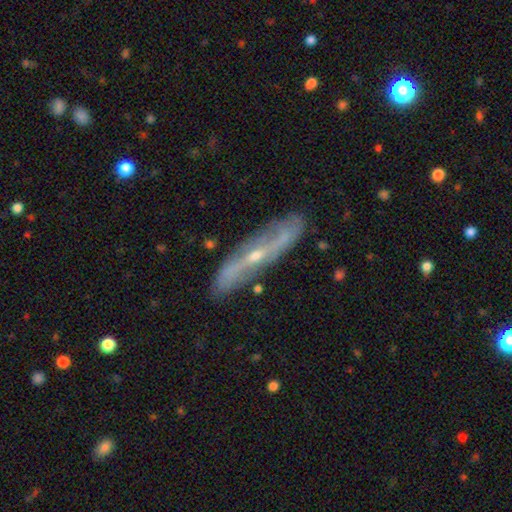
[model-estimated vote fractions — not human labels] Smooth or featured? Predicted: featured or disk (p=0.77). Edge-on disk? Predicted: no (p=0.51). Merging? Predicted: none (p=0.75).